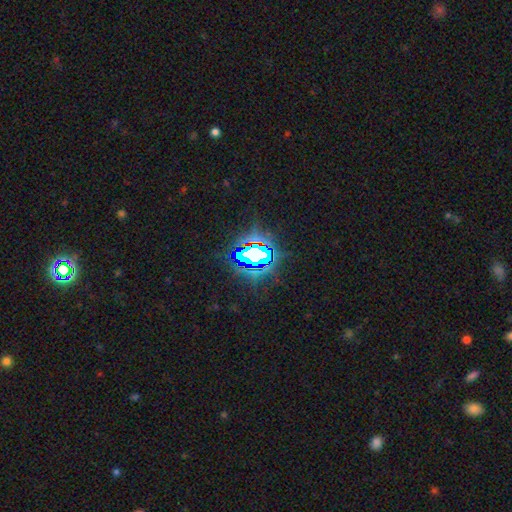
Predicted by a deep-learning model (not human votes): smooth_or_featured: star or artifact (p=0.76) [alt: smooth p=0.12]